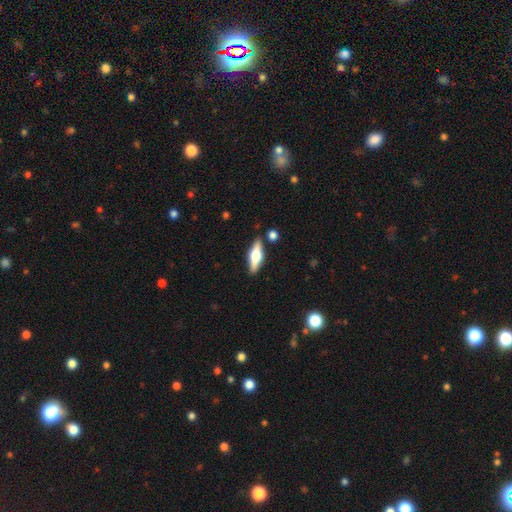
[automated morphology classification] The model was most divided on "smooth or featured": featured or disk: 61%, smooth: 33%, star or artifact: 6%. More confident: edge-on disk — yes (95%); edge-on bulge — rounded (93%); merging — none (85%).